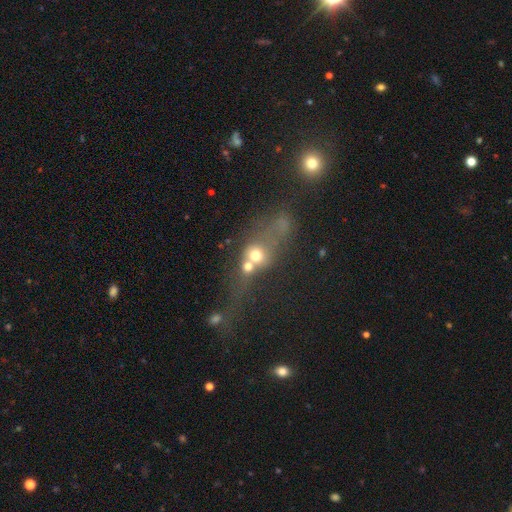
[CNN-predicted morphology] type=smooth (57%); roundness=round (63%); merging=merger (64%).